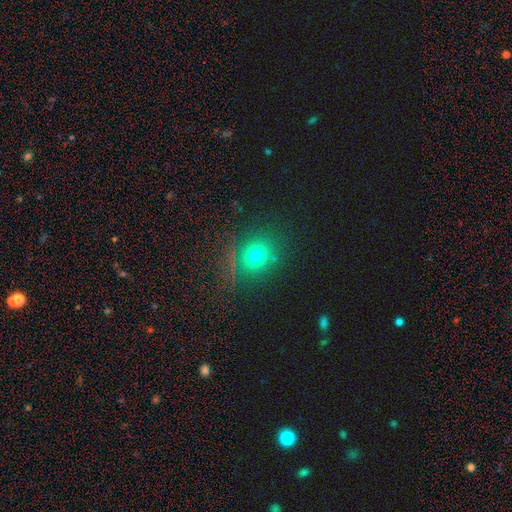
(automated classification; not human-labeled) This appears to be a smooth galaxy with no disk features (70%) that is round (78%). Merging: none (81%).